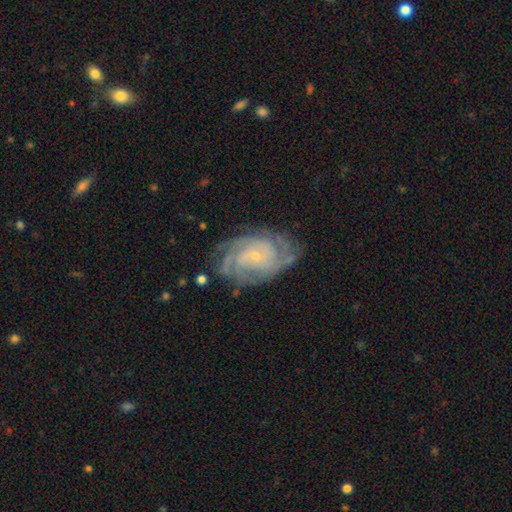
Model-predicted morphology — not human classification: A featured or disk galaxy (86%) with no bar (70%), tight (67%) spiral arms (96%) and a small central bulge (82%). Merging: none (73%).